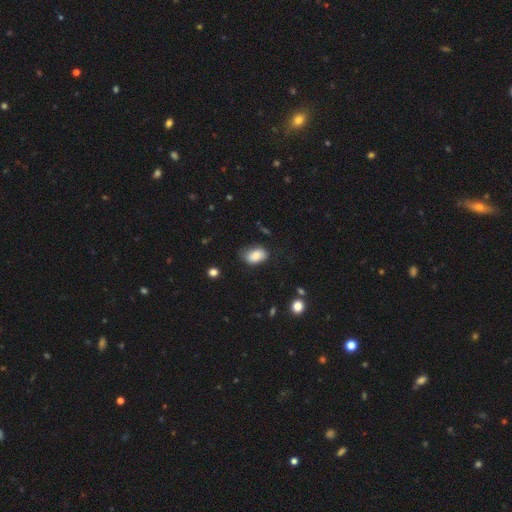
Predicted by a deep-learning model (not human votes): Overall: smooth (82%). How rounded: in between (86%). Merging: none (60%; minor disturbance 30%).